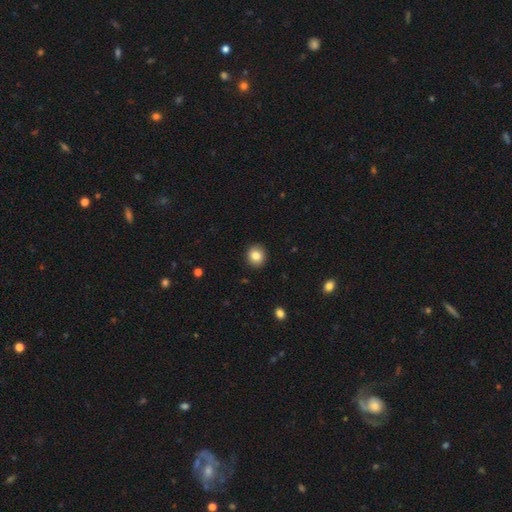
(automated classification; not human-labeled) This appears to be a smooth galaxy with no disk features (84%) that is round (80%). Merging: none (91%).